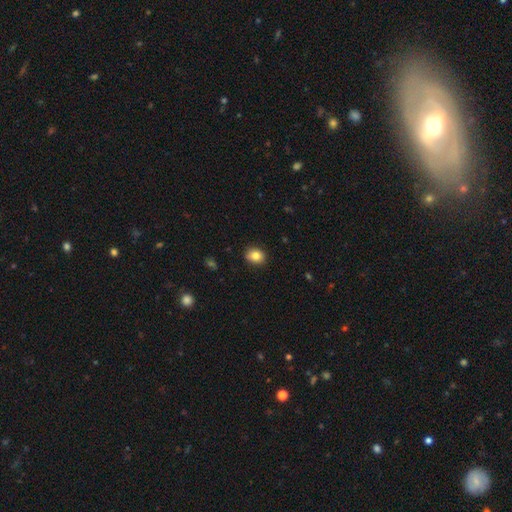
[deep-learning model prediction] A smooth galaxy with no disk features (82%) that is round (51%).

Vote fractions:
- Smooth or featured? smooth: 82% / star or artifact: 9% / featured or disk: 8%
- How rounded? round: 51% / in between: 48% / cigar-shaped: 1%
- Merging? none: 85% / minor disturbance: 12% / major disturbance: 2% / merger: 1%